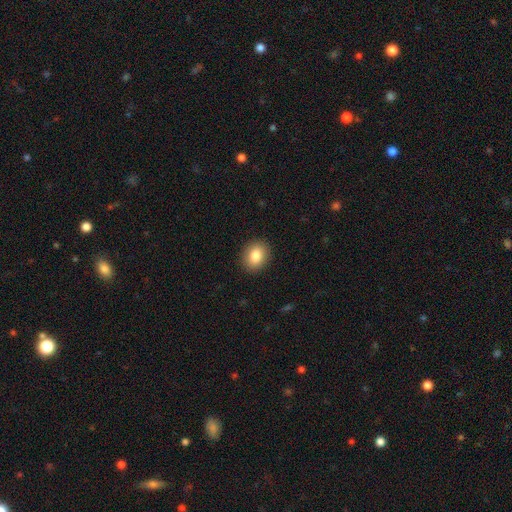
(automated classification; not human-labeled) Morphology: type=smooth (84%); roundness=round (50%); merging=none (90%).